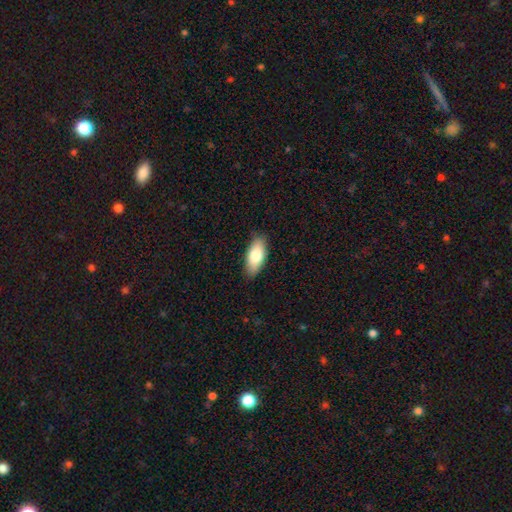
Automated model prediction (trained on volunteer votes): This appears to be a smooth galaxy with no disk features (78%) that is in between round and cigar-shaped (84%). Merging: none (86%).